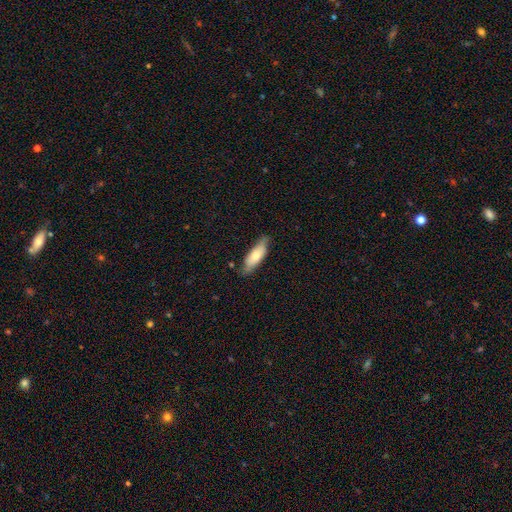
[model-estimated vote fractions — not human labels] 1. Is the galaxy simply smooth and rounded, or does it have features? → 69% smooth, 25% featured or disk, 6% star or artifact.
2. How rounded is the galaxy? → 55% in between, 43% cigar-shaped, 2% round.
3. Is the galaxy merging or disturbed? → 73% none, 21% minor disturbance, 4% major disturbance, 2% merger.